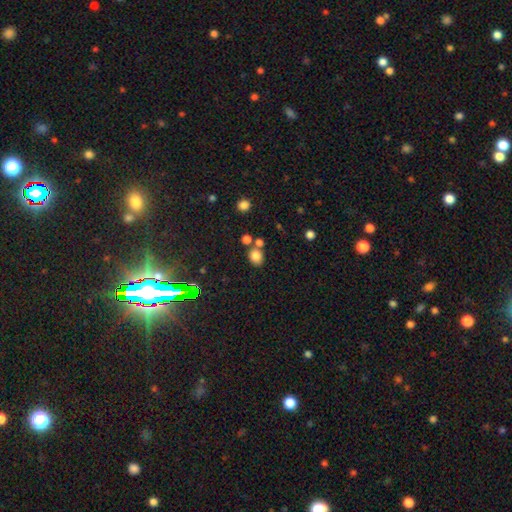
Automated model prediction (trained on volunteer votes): Smooth or featured?
  - smooth: 79% *
  - star or artifact: 14%
  - featured or disk: 7%
How rounded?
  - round: 65% *
  - in between: 34%
  - cigar-shaped: 1%
Merging?
  - none: 62% *
  - merger: 24%
  - minor disturbance: 10%
  - major disturbance: 4%